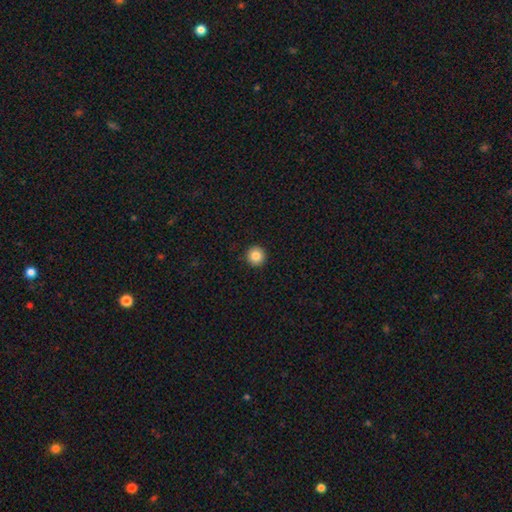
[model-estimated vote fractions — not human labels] The model was most divided on "smooth or featured": smooth: 85%, star or artifact: 10%, featured or disk: 5%. More confident: how rounded — round (96%); merging — none (93%).